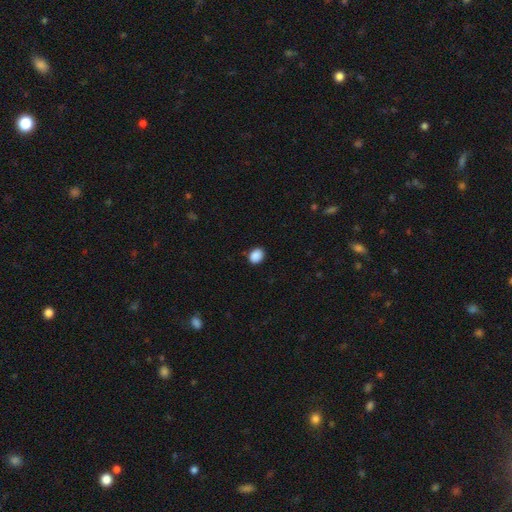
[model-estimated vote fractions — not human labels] Smooth or featured: smooth — 89% (star or artifact — 8%)
How rounded: in between — 57% (round — 42%)
Merging: none — 87% (minor disturbance — 10%)